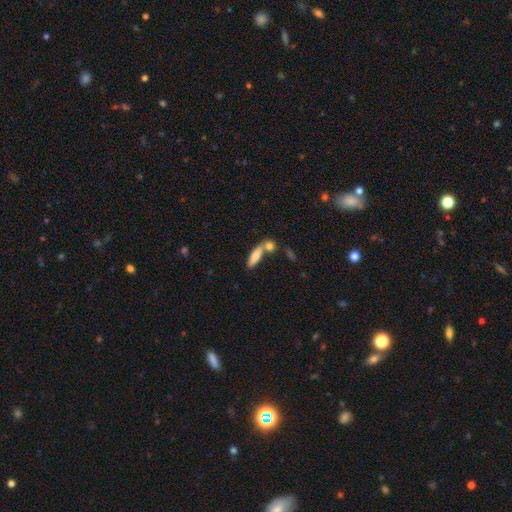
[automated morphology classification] A smooth galaxy with no disk features (73%) that is cigar-shaped (56%). Merging: none (48%).